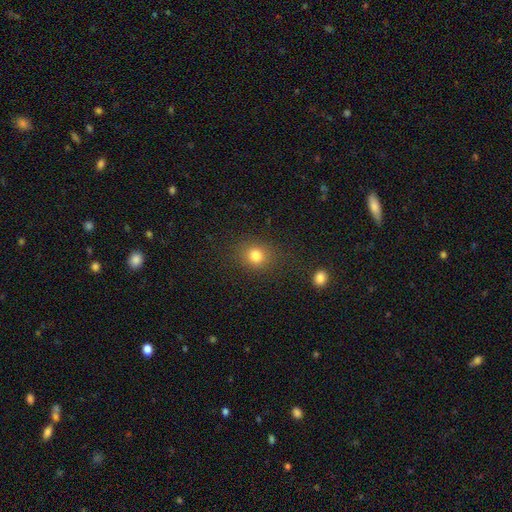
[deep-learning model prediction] This is clearly a smooth galaxy (80%). How rounded: likely round (76%). Merging: clearly none (83%).